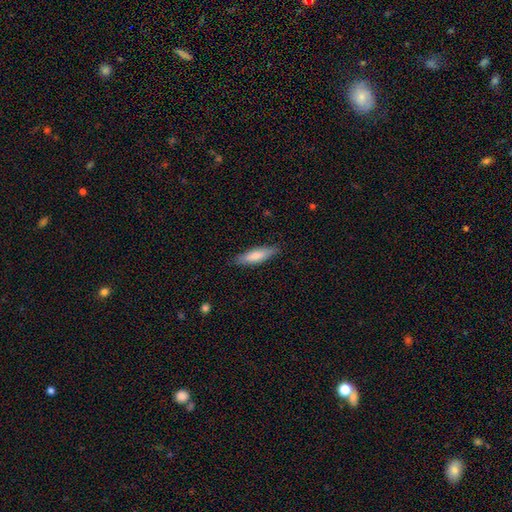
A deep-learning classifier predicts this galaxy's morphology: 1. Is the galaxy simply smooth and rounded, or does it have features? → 76% smooth, 18% featured or disk, 6% star or artifact.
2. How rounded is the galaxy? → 64% cigar-shaped, 34% in between, 1% round.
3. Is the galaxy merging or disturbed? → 85% none, 11% minor disturbance, 2% major disturbance, 1% merger.